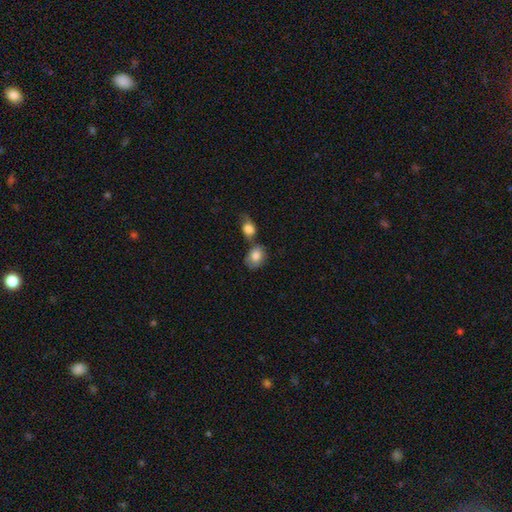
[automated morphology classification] type=smooth (79%); roundness=in between (64%); merging=none (40%).